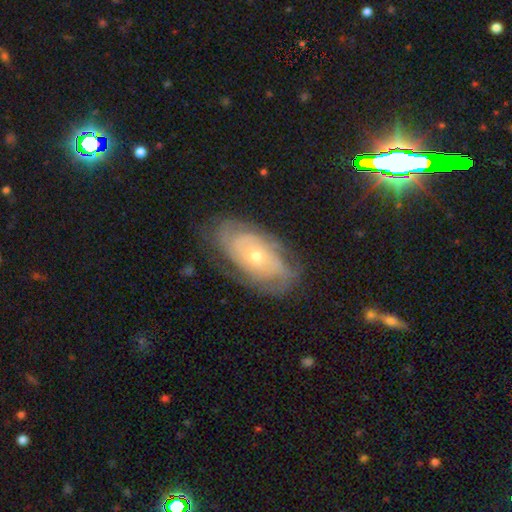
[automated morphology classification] Smooth or featured?
  - featured or disk: 77% *
  - smooth: 17%
  - star or artifact: 6%
Edge-on disk?
  - no: 94% *
  - yes: 6%
Bar?
  - no: 80% *
  - weak: 16%
  - strong: 4%
Spiral arms?
  - yes: 88% *
  - no: 12%
Spiral winding?
  - tight: 67% *
  - medium: 25%
  - loose: 8%
Spiral arm count?
  - can't tell: 45% *
  - 2: 25%
  - 3: 14%
  - 4: 8%
  - 1: 4%
  - more than 4: 4%
Bulge size?
  - small: 54% *
  - moderate: 42%
  - large: 2%
  - none: 1%
  - dominant: 1%
Merging?
  - none: 71% *
  - minor disturbance: 20%
  - major disturbance: 7%
  - merger: 1%